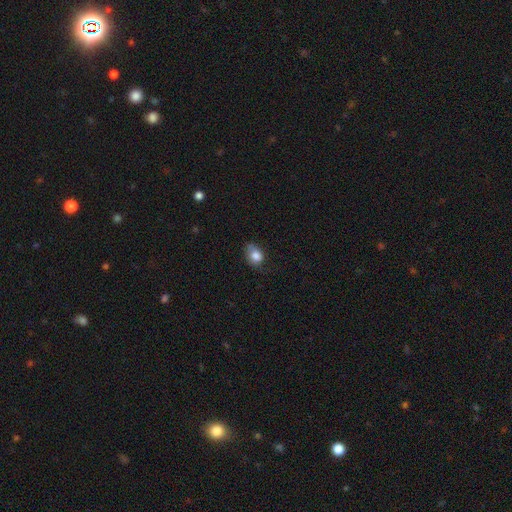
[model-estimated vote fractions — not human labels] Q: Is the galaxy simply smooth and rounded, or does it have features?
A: smooth — 82%.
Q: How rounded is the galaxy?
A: in between — 55%.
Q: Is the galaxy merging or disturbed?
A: none — 49%.